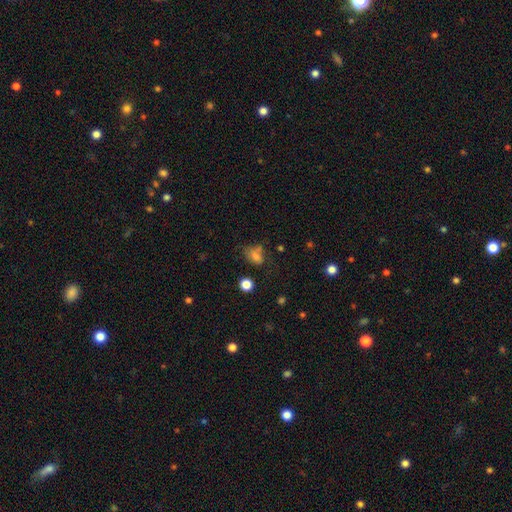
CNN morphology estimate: A smooth galaxy with no disk features (71%) that is in between round and cigar-shaped (71%). Merging: none (47%).